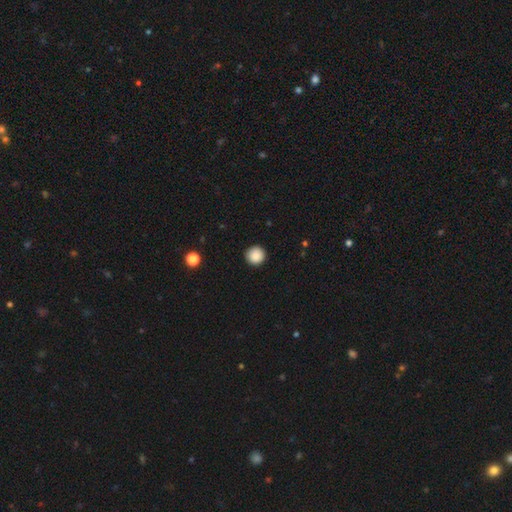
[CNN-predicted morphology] smooth 88%, star or artifact 9%, featured or disk 3%. Down the decision tree: how rounded — round (96%); merging — none (92%).